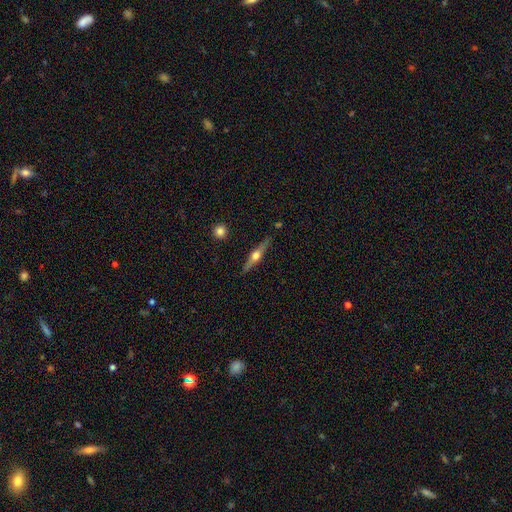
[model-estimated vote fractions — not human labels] Morphology: type=featured or disk (72%); edge-on=yes (97%); edge-on bulge=rounded (95%); merging=none (87%).